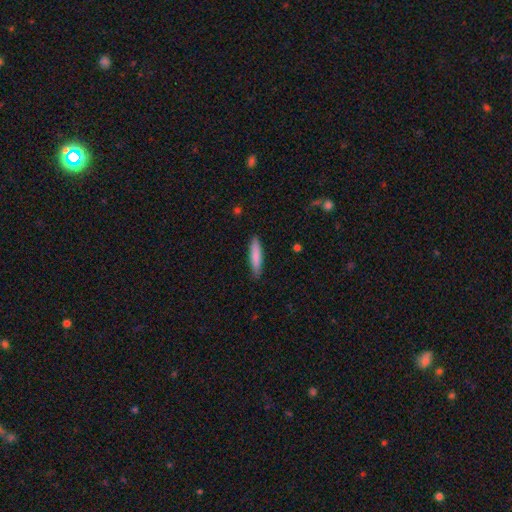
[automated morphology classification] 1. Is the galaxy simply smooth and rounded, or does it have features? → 83% smooth, 12% featured or disk, 6% star or artifact.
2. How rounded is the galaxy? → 84% cigar-shaped, 15% in between, 1% round.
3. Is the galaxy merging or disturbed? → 87% none, 10% minor disturbance, 2% major disturbance, 1% merger.